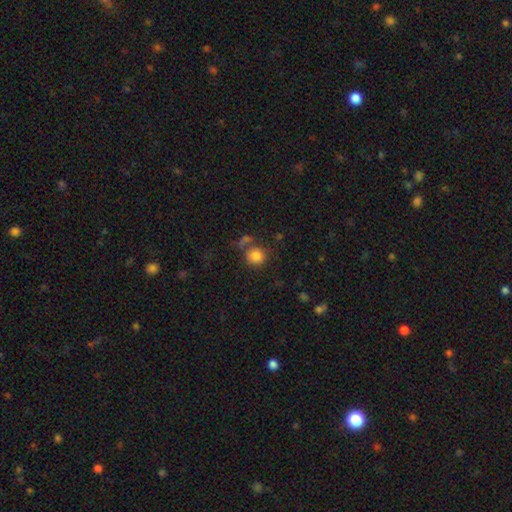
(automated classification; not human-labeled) Morphology: type=smooth (84%); roundness=round (85%); merging=none (62%).